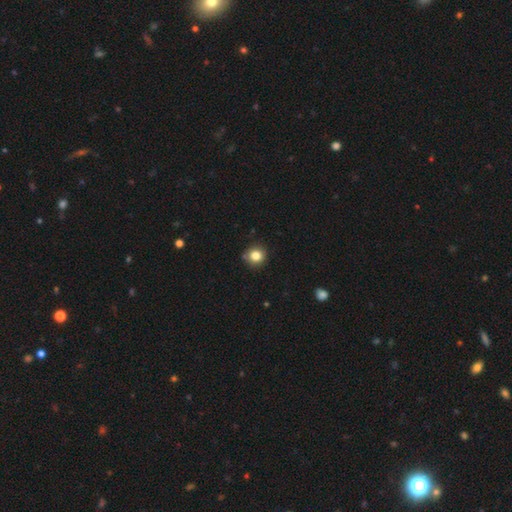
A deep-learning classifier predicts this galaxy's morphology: This appears to be a smooth galaxy with no disk features (82%) that is round (92%). Merging: none (86%).